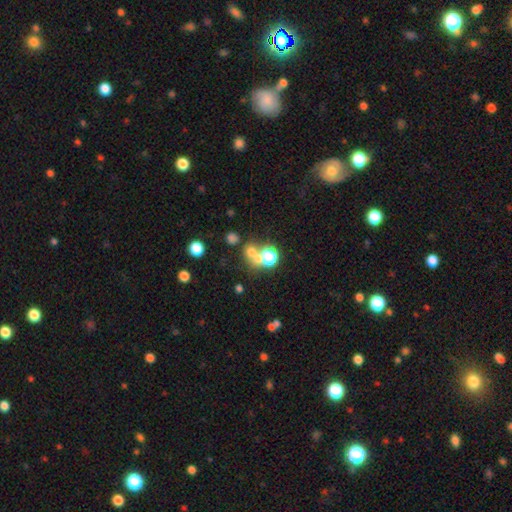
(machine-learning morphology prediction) smooth 58%, star or artifact 27%, featured or disk 15%. Down the decision tree: how rounded — round (79%); merging — none (45%).